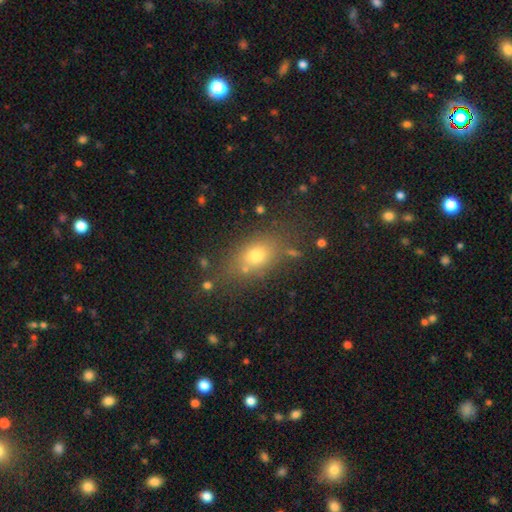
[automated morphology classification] Overall: smooth (72%). How rounded: in between (70%). Merging: none (73%).